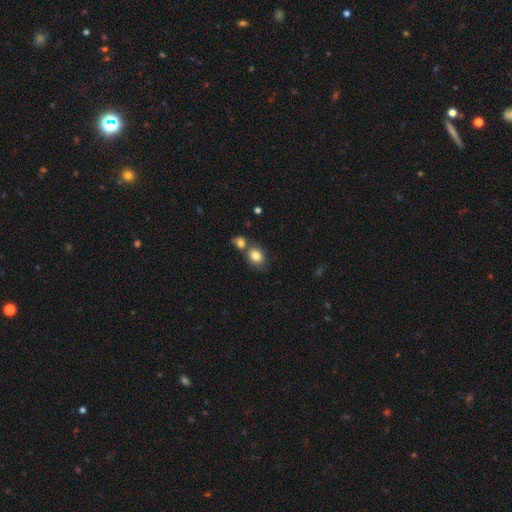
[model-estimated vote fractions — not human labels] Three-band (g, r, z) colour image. It shows a smooth galaxy with no disk features (82%) that is round (52%). Merging: none (49%).